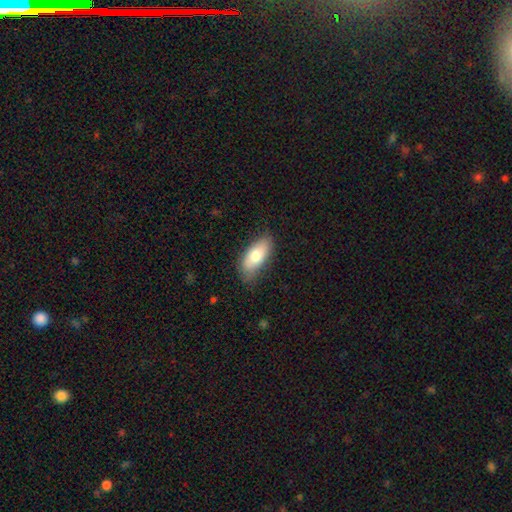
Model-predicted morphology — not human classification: This is likely a smooth galaxy (76%). How rounded: clearly in between (85%). Merging: likely none (79%).